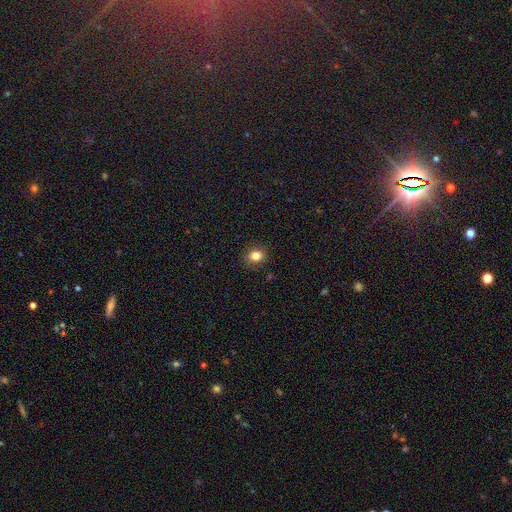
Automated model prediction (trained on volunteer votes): This appears to be a smooth galaxy with no disk features (82%) that is round (65%). Merging: none (88%).